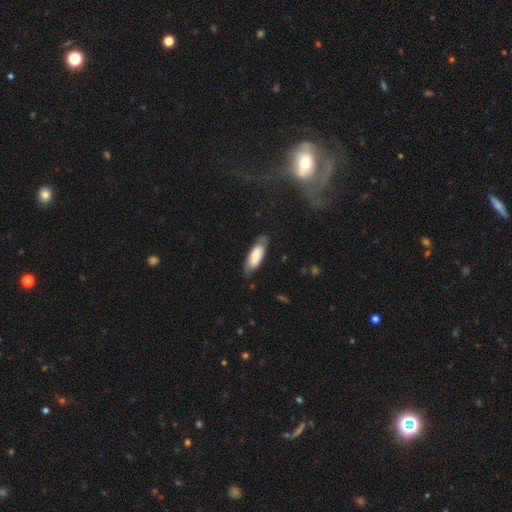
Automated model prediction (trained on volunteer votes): Overall: smooth (69%). How rounded: in between (70%). Merging: none (72%).